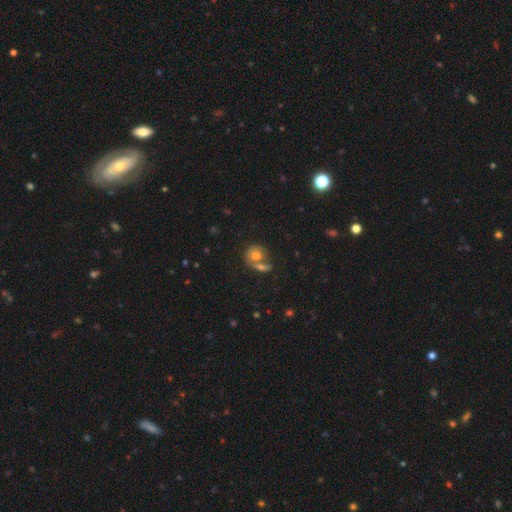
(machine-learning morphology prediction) Overall: smooth (71%). How rounded: round (72%). Merging: merger (49%; none 37%).